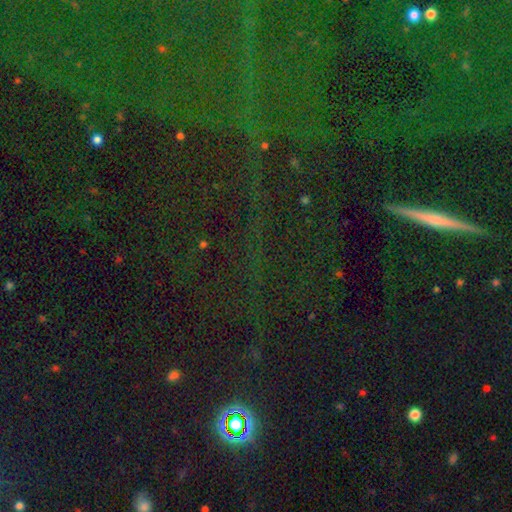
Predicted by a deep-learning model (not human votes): A star or artifact, not a galaxy (73%).

Vote fractions:
- Smooth or featured? star or artifact: 73% / smooth: 14% / featured or disk: 13%